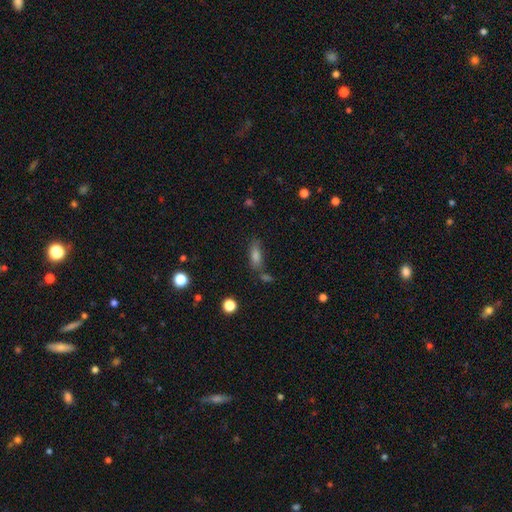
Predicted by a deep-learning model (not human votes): Smooth or featured: smooth — 72% (star or artifact — 15%)
How rounded: in between — 67% (cigar-shaped — 27%)
Merging: none — 66% (minor disturbance — 15%)